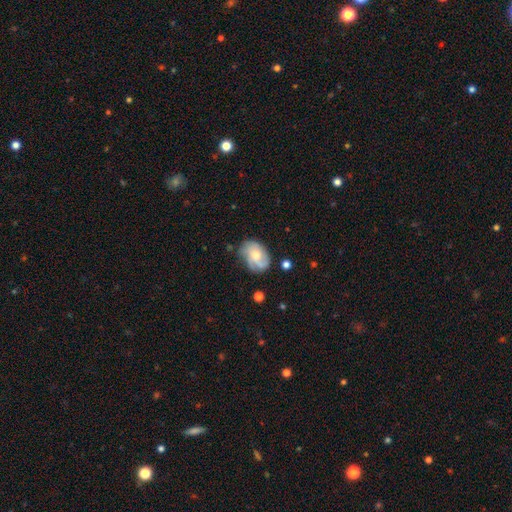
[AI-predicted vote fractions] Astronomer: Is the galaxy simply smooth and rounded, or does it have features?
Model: featured or disk — 55% (runner-up: smooth, 38%).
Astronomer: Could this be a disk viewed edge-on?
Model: no — 96%.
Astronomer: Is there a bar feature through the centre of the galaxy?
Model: no — 75%.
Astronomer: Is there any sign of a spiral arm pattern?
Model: yes — 82%.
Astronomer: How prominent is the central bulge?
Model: moderate — 56% (runner-up: small, 33%).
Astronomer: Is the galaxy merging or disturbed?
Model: none — 58%.